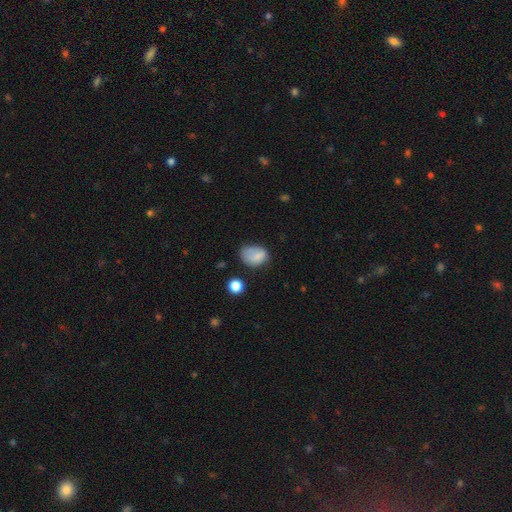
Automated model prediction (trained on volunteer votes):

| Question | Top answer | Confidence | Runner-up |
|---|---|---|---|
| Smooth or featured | smooth | 78% | featured or disk (12%) |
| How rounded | in between | 72% | round (26%) |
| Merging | none | 46% | minor disturbance (35%) |